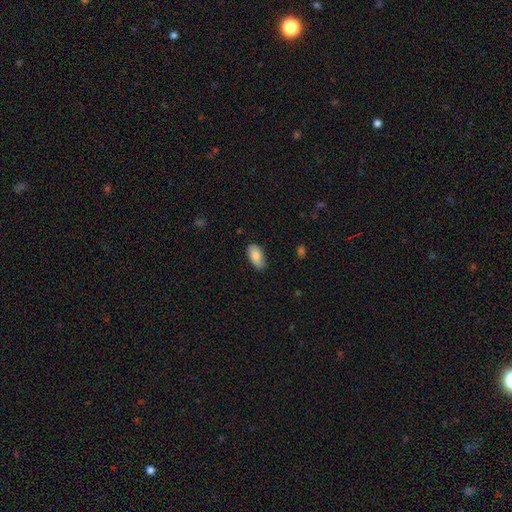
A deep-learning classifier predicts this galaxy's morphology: A smooth galaxy with no disk features (85%) that is in between round and cigar-shaped (94%). Merging: none (76%).